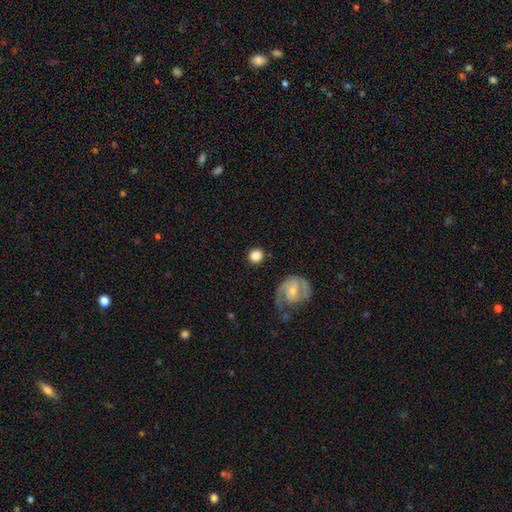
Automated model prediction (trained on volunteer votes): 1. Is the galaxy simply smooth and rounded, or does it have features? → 79% smooth, 14% featured or disk, 8% star or artifact.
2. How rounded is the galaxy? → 89% round, 10% in between, 1% cigar-shaped.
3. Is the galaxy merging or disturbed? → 84% none, 9% minor disturbance, 4% major disturbance, 3% merger.